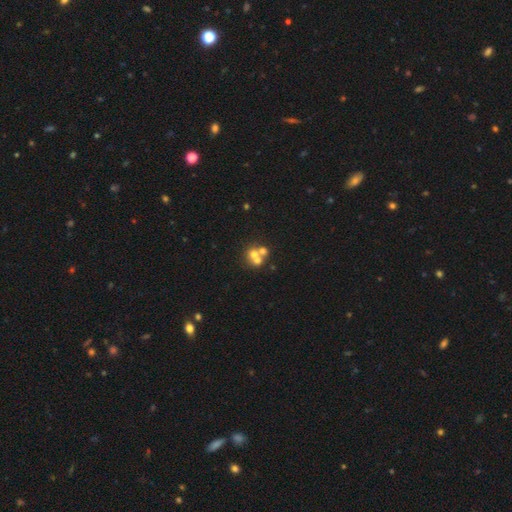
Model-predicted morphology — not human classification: This appears to be a smooth galaxy with no disk features (53%) that is round (79%). Merging: merger (57%).